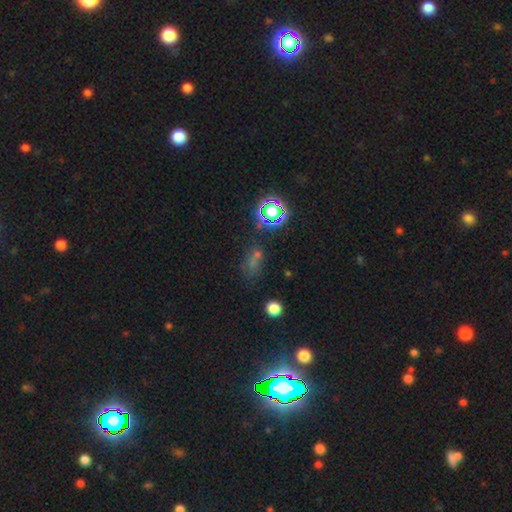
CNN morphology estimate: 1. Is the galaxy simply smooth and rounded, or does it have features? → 64% star or artifact, 24% smooth, 12% featured or disk.